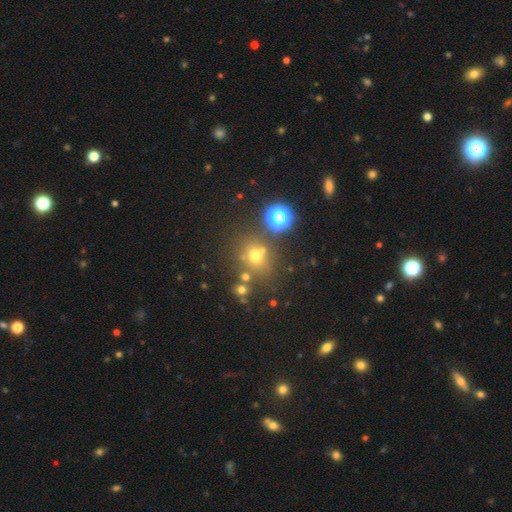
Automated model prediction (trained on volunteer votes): Smooth or featured?
  - smooth: 60% *
  - star or artifact: 28%
  - featured or disk: 12%
How rounded?
  - round: 78% *
  - in between: 20%
  - cigar-shaped: 1%
Merging?
  - none: 68% *
  - merger: 15%
  - minor disturbance: 11%
  - major disturbance: 5%